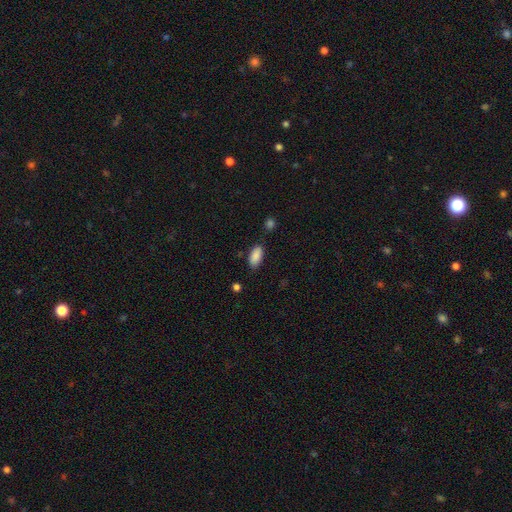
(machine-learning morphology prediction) This appears to be a smooth galaxy with no disk features (89%) that is in between round and cigar-shaped (91%). Merging: none (80%).